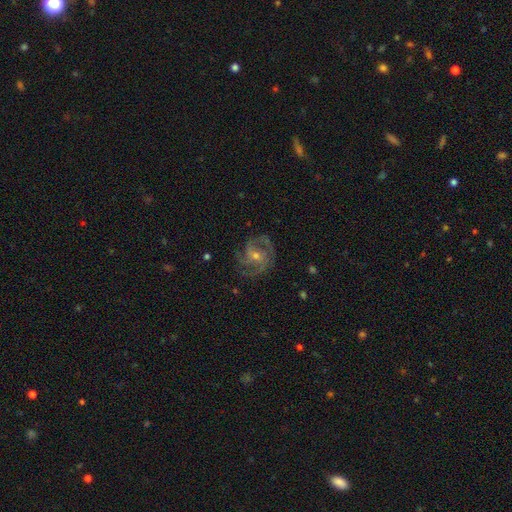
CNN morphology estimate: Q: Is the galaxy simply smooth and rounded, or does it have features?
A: featured or disk — 87%.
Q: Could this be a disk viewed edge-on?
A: no — 98%.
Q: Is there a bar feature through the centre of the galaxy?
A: no — 59%.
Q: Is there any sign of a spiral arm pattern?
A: yes — 97%.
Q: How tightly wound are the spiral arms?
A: medium — 48%.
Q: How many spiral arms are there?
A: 3 — 47%.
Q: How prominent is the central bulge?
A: small — 57%.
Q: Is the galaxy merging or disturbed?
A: none — 74%.